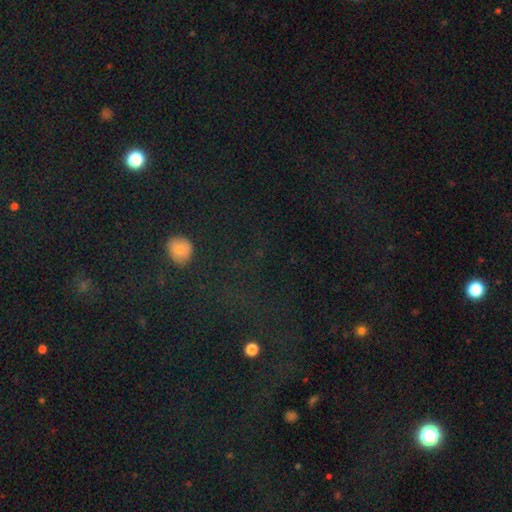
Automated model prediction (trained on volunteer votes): A star or artifact, not a galaxy (59%).